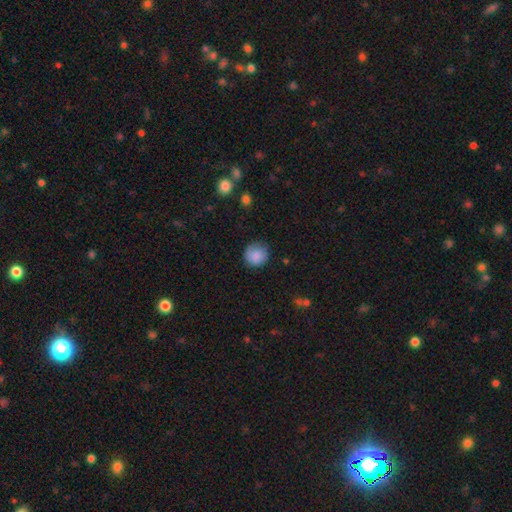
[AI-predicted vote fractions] Q: Smooth or featured?
A: smooth (84%); runner-up: featured or disk (9%)
Q: How rounded?
A: round (91%); runner-up: in between (9%)
Q: Merging?
A: none (77%); runner-up: minor disturbance (17%)